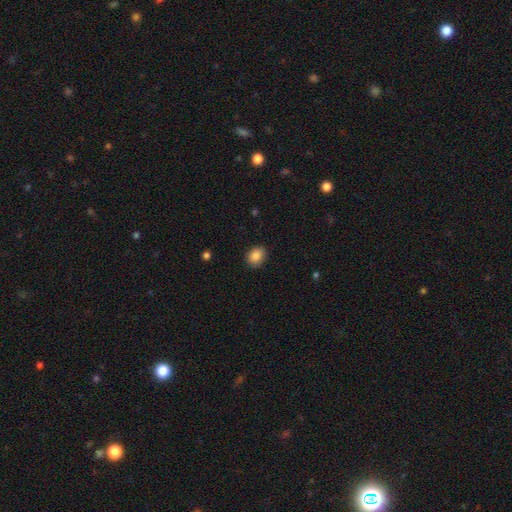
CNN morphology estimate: This appears to be a smooth galaxy with no disk features (88%) that is round (51%). Merging: none (86%).